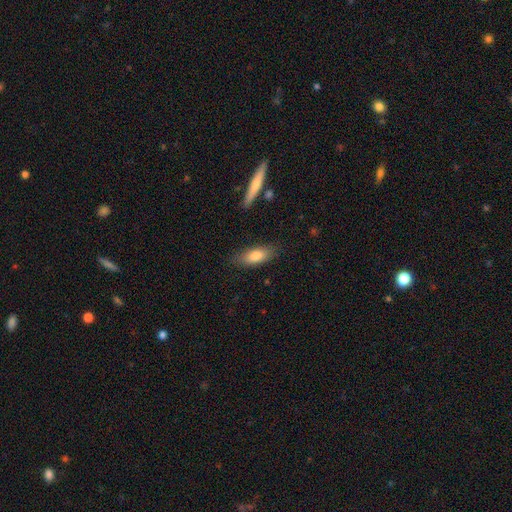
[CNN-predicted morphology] Smooth or featured?
  - smooth: 81% *
  - featured or disk: 13%
  - star or artifact: 6%
How rounded?
  - in between: 75% *
  - cigar-shaped: 23%
  - round: 2%
Merging?
  - none: 82% *
  - minor disturbance: 13%
  - major disturbance: 3%
  - merger: 2%